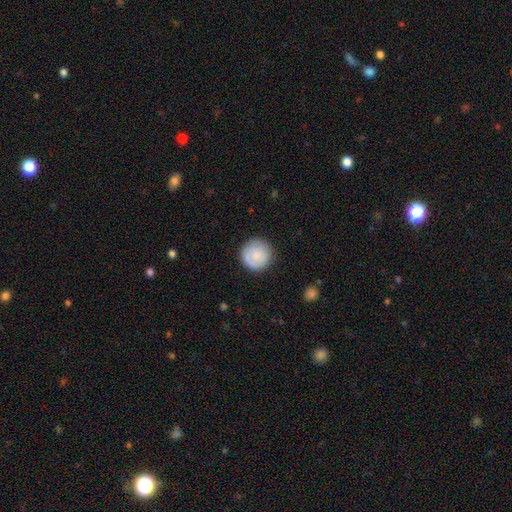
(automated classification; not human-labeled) smooth-or-featured: smooth: 79% | featured or disk: 15% | star or artifact: 6%
  how-rounded: round: 96% | in between: 3% | cigar-shaped: 1%
  merging: none: 87% | minor disturbance: 10% | major disturbance: 3% | merger: 1%